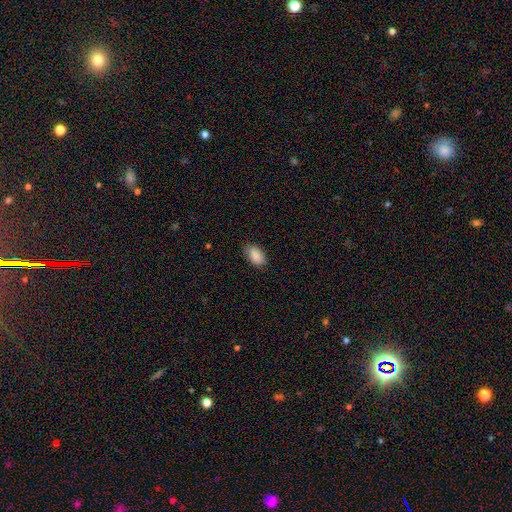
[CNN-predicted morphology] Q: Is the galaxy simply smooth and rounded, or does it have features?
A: smooth — 89%.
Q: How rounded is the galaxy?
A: in between — 93%.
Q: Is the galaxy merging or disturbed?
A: none — 82%.